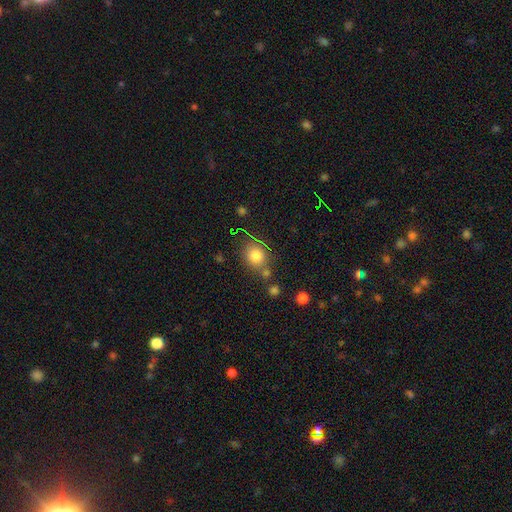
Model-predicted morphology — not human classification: Q: Smooth or featured?
A: smooth (77%); runner-up: star or artifact (14%)
Q: How rounded?
A: round (75%); runner-up: in between (24%)
Q: Merging?
A: none (69%); runner-up: minor disturbance (14%)